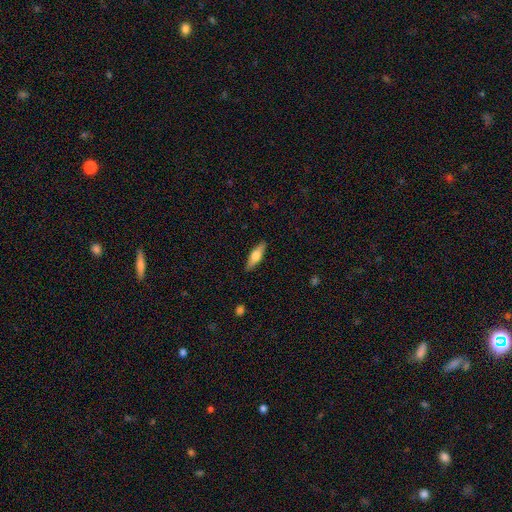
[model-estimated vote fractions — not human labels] Overall: smooth (59%; featured or disk 36%). How rounded: cigar-shaped (53%; in between 44%). Merging: none (89%).